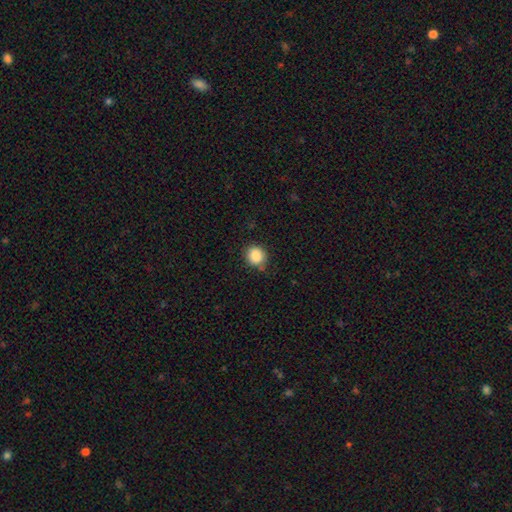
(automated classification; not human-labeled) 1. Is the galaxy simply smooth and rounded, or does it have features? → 86% smooth, 9% star or artifact, 4% featured or disk.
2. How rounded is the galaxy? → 79% round, 20% in between, 1% cigar-shaped.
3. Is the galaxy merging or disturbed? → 78% none, 16% minor disturbance, 3% major disturbance, 2% merger.